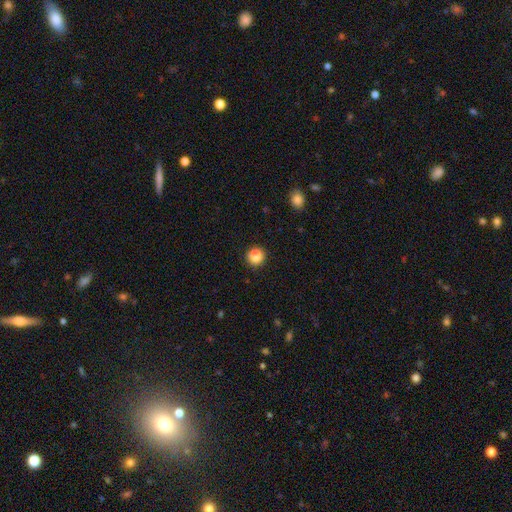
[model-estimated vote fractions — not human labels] This is clearly a smooth galaxy (86%). How rounded: clearly round (90%). Merging: clearly none (91%).